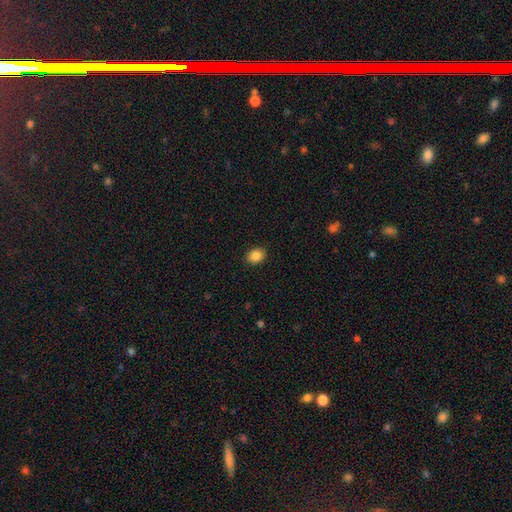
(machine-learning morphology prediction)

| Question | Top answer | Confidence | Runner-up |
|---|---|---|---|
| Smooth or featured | smooth | 87% | star or artifact (9%) |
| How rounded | round | 50% | in between (49%) |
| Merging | none | 90% | minor disturbance (7%) |